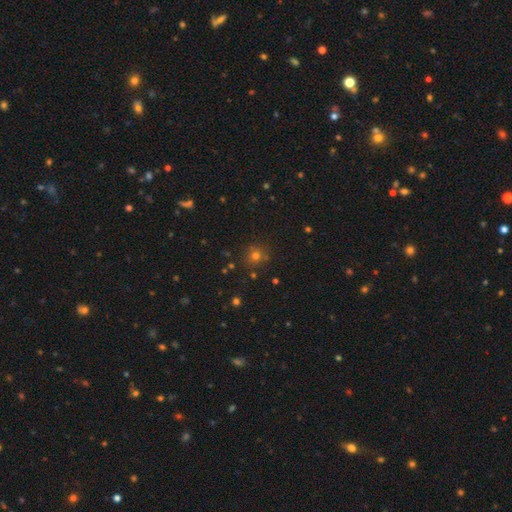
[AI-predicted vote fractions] Morphology: type=smooth (68%); roundness=round (90%); merging=none (84%).